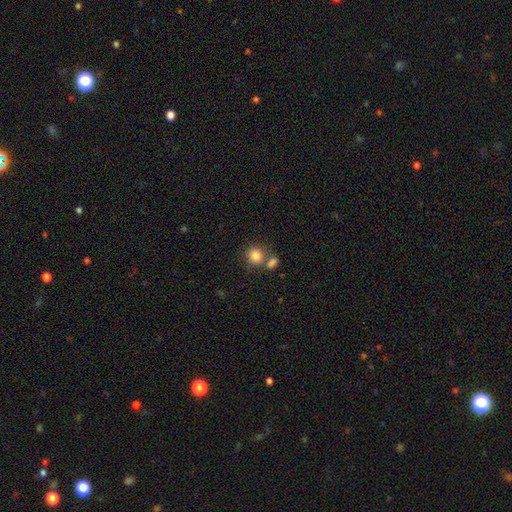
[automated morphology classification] Smooth or featured? smooth (84%)
How rounded? round (77%)
Merging? none (59%)